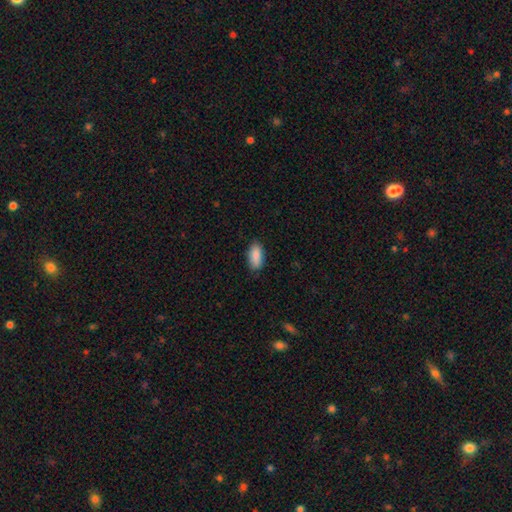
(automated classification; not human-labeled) A smooth galaxy with no disk features (89%) that is in between round and cigar-shaped (90%). Merging: none (86%).